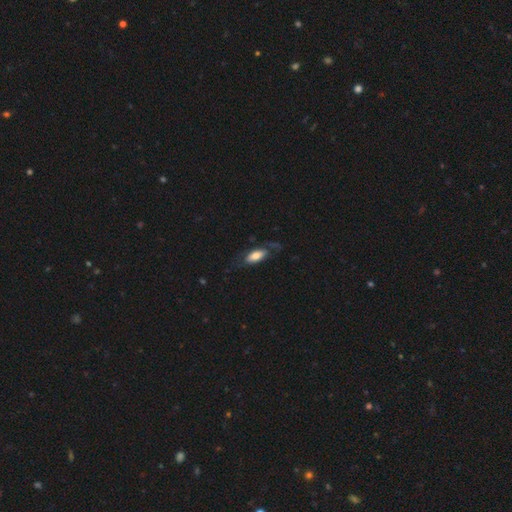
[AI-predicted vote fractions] Smooth or featured: smooth — 64% (featured or disk — 30%)
How rounded: in between — 83% (cigar-shaped — 14%)
Merging: none — 56% (minor disturbance — 22%)